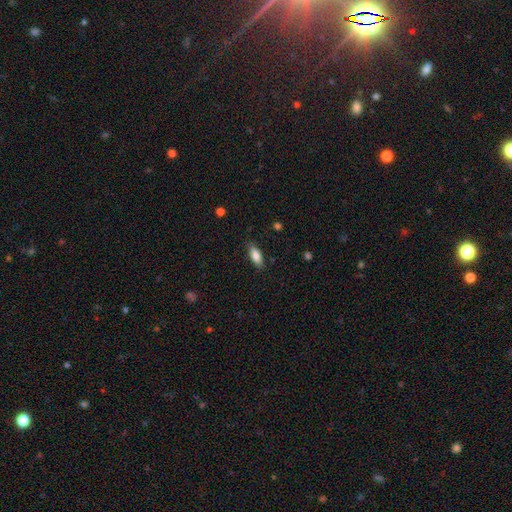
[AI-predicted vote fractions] This is clearly a smooth galaxy (83%). How rounded: likely in between (77%). Merging: clearly none (84%).